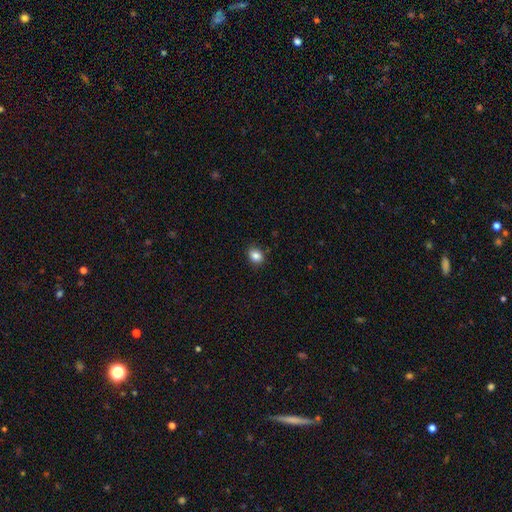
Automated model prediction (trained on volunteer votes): smooth_or_featured: smooth (p=0.85) [alt: star or artifact p=0.10]
how_rounded: in between (p=0.50) [alt: round p=0.49]
merging: none (p=0.87) [alt: minor disturbance p=0.10]